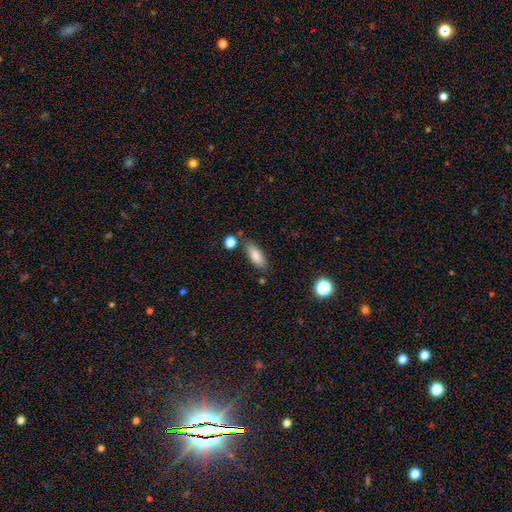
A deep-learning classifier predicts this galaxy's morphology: Smooth or featured?
  - smooth: 84% *
  - featured or disk: 9%
  - star or artifact: 7%
How rounded?
  - in between: 72% *
  - cigar-shaped: 25%
  - round: 2%
Merging?
  - none: 76% *
  - minor disturbance: 14%
  - merger: 6%
  - major disturbance: 3%